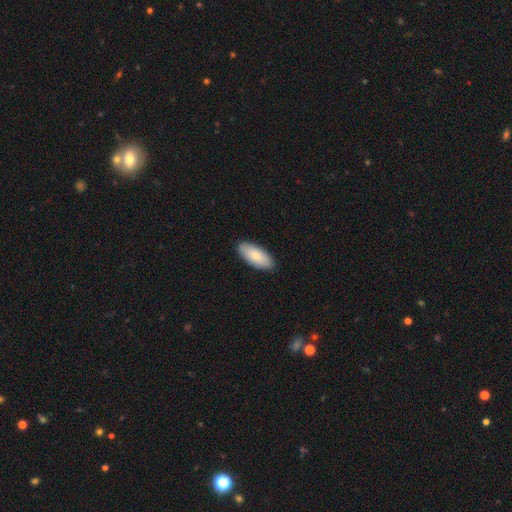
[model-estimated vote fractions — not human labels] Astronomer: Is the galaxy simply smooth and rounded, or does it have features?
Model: smooth — 79%.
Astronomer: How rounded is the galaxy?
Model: in between — 89%.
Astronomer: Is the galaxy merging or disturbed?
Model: none — 88%.